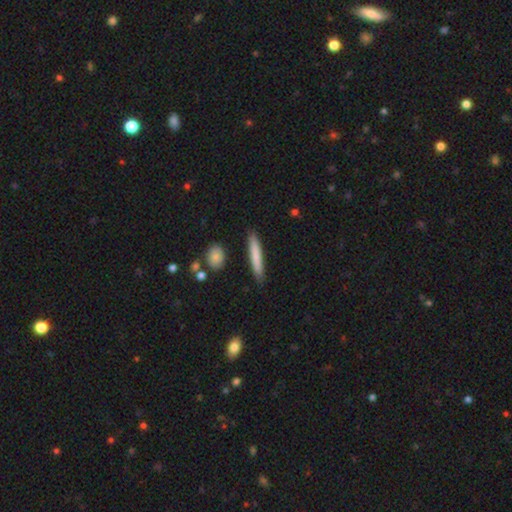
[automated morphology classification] smooth 76%, featured or disk 19%, star or artifact 6%. Down the decision tree: how rounded — cigar-shaped (93%); merging — none (88%).